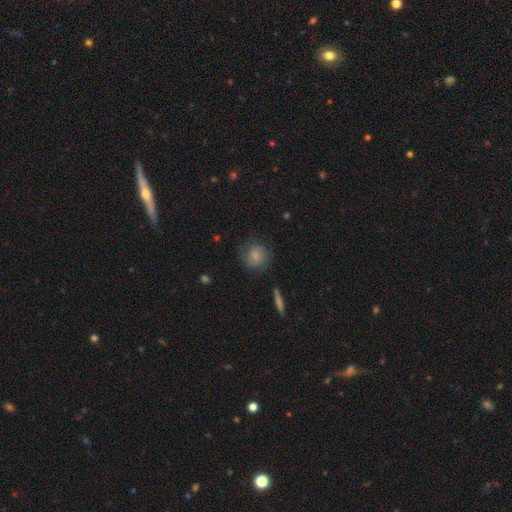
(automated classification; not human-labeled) Q: Smooth or featured?
A: smooth (74%); runner-up: featured or disk (17%)
Q: How rounded?
A: round (85%); runner-up: in between (13%)
Q: Merging?
A: none (73%); runner-up: minor disturbance (18%)